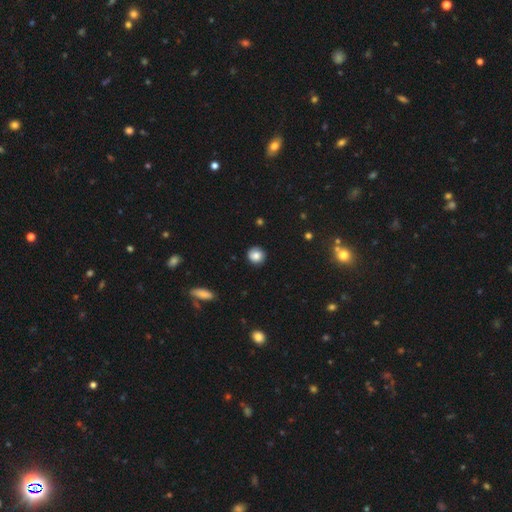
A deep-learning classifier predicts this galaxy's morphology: This is clearly a smooth galaxy (84%). How rounded: clearly round (90%). Merging: clearly none (88%).